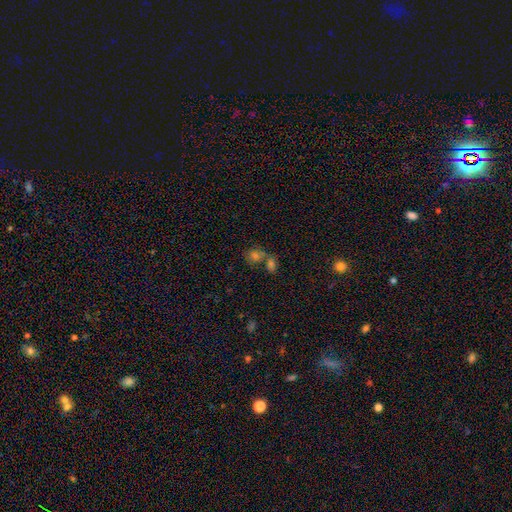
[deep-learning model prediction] A smooth galaxy with no disk features (59%) that is round (68%). Merging: none (48%).